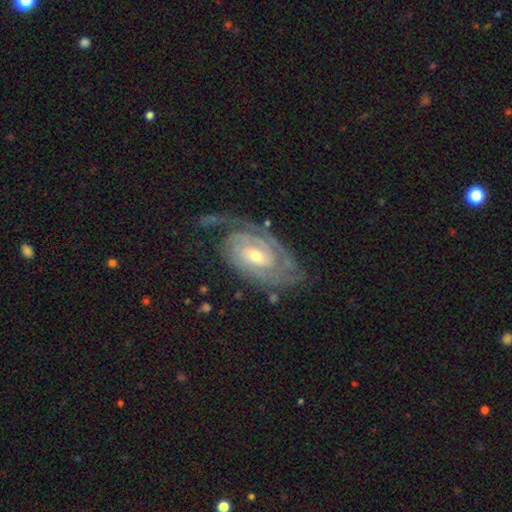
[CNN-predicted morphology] smooth-or-featured: featured or disk: 89% | smooth: 7% | star or artifact: 4%
  disk-edge-on: no: 96% | yes: 4%
    bar: no: 46% | weak: 42% | strong: 12%
    has-spiral-arms: yes: 96% | no: 4%
      spiral-winding: tight: 71% | medium: 23% | loose: 6%
      spiral-arm-count: 2: 52% | can't tell: 22% | 3: 11% | 1: 8% | 4: 4% | more than 4: 4%
    bulge-size: moderate: 56% | small: 39% | large: 3% | none: 1% | dominant: 1%
  merging: none: 63% | minor disturbance: 20% | major disturbance: 15% | merger: 2%